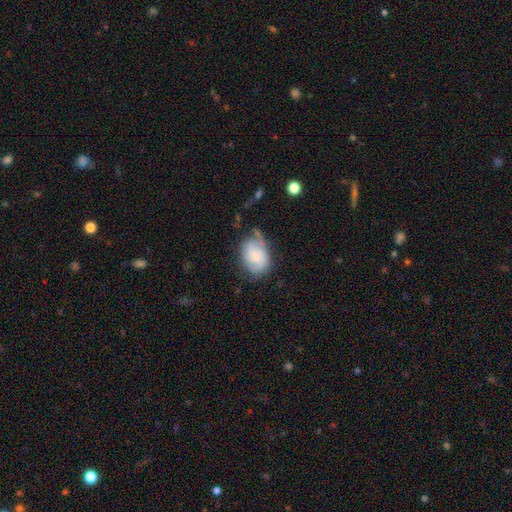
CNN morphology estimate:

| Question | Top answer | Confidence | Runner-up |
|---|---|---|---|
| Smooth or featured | featured or disk | 51% | smooth (41%) |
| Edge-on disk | no | 97% | yes (3%) |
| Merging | none | 54% | minor disturbance (29%) |